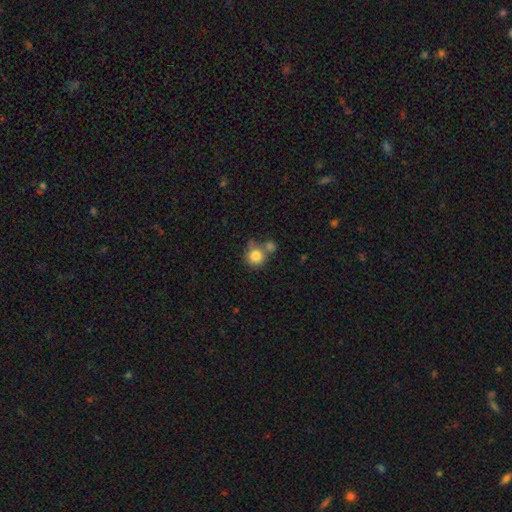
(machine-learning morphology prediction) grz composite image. It shows a smooth galaxy with no disk features (83%) that is round (90%). Merging: none (50%).